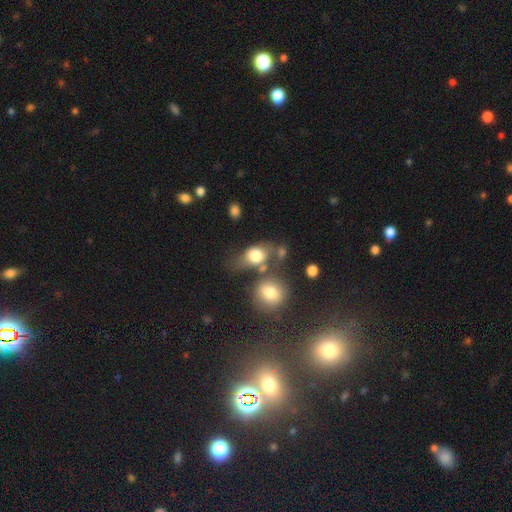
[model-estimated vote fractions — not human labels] Morphology: type=smooth (72%); roundness=in between (64%); merging=none (40%).